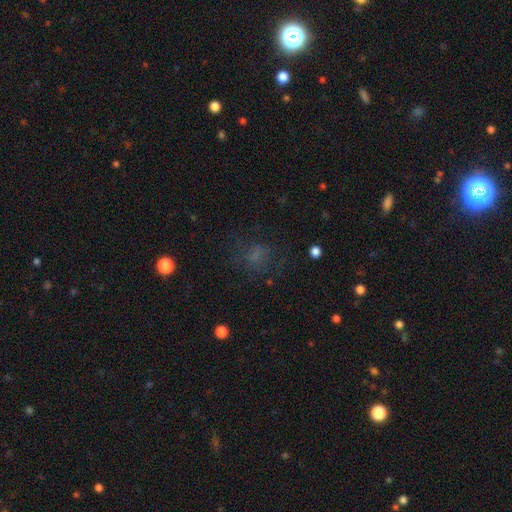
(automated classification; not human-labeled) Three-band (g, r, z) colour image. It shows a smooth galaxy with no disk features (58%) that is round (61%). Merging: none (62%).